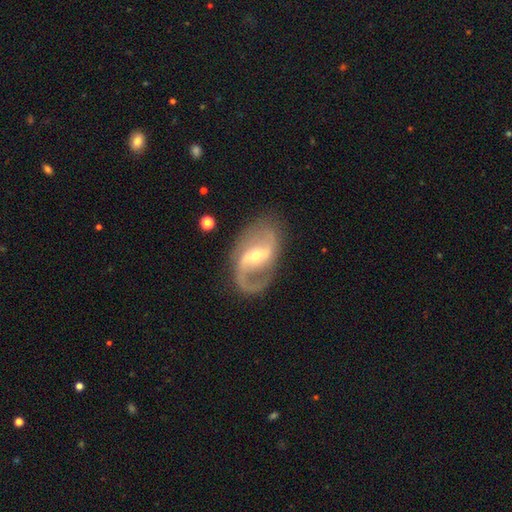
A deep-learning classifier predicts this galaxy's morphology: The model was most divided on "spiral winding": medium: 45%, loose: 42%, tight: 12%. Remaining: edge-on disk — no (97%); spiral arms — yes (96%); smooth or featured — featured or disk (89%); spiral arm count — 2 (87%); merging — none (75%); bulge size — small (55%); bar — weak (44%).